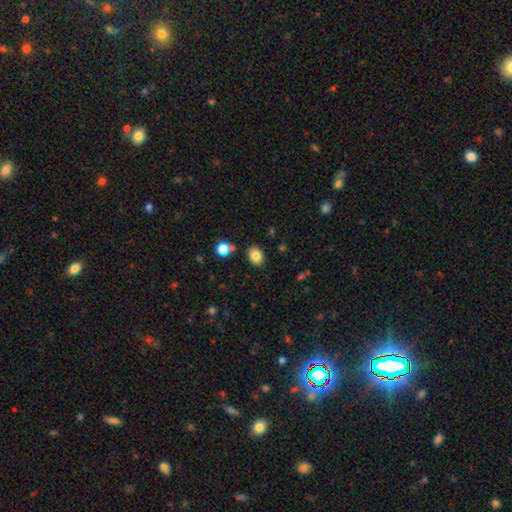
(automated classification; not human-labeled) smooth 83%, star or artifact 10%, featured or disk 7%. Down the decision tree: how rounded — in between (67%); merging — none (83%).